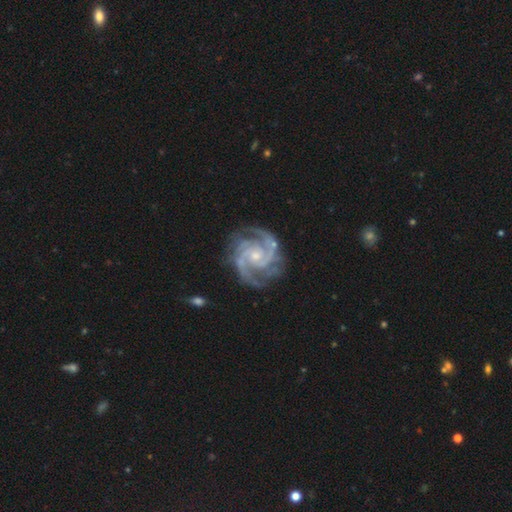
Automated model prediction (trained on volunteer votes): Morphology: type=featured or disk (94%); edge-on=no (98%); bar=no (64%); spiral arms=yes (99%); winding=tight (57%); arm count=2 (45%); bulge=small (64%); merging=none (76%).